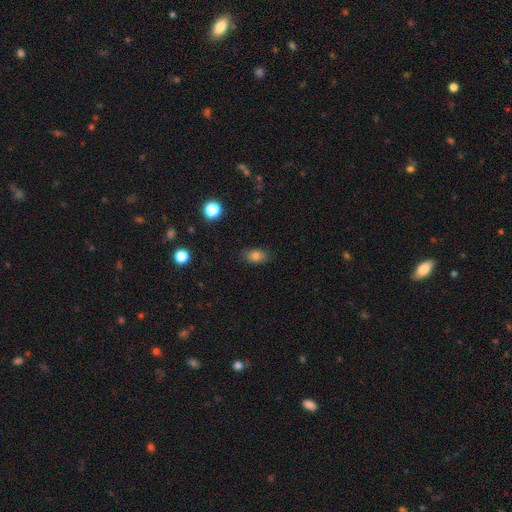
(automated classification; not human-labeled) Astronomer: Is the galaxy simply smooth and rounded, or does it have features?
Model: smooth — 79%.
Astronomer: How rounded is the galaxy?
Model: in between — 82%.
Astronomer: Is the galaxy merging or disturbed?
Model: none — 83%.